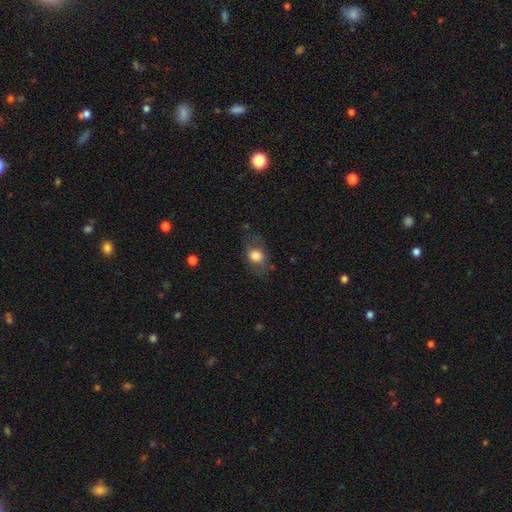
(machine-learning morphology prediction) A smooth galaxy with no disk features (72%) that is in between round and cigar-shaped (63%).

Vote fractions:
- Smooth or featured? smooth: 72% / featured or disk: 20% / star or artifact: 8%
- How rounded? in between: 63% / round: 34% / cigar-shaped: 2%
- Merging? none: 69% / minor disturbance: 19% / major disturbance: 11% / merger: 1%